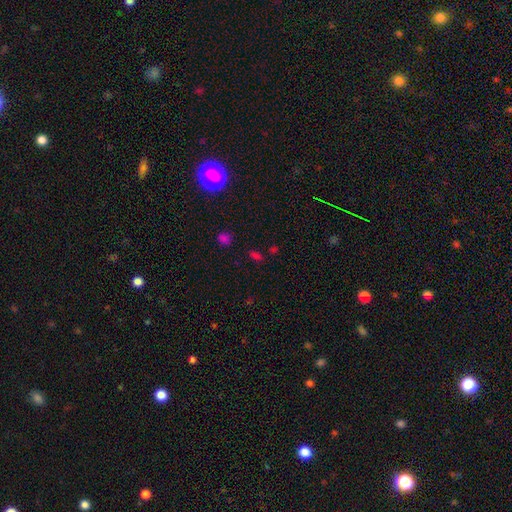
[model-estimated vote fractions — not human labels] This appears to be a smooth galaxy with no disk features (56%) that is in between round and cigar-shaped (76%). Merging: none (76%).